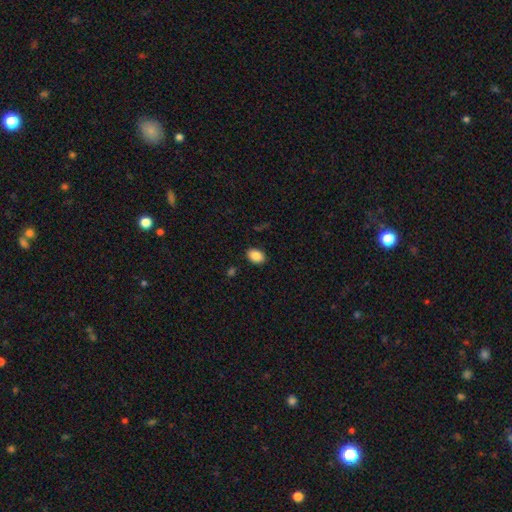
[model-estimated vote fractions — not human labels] Smooth or featured?
  - smooth: 87% *
  - star or artifact: 8%
  - featured or disk: 5%
How rounded?
  - in between: 81% *
  - round: 18%
  - cigar-shaped: 1%
Merging?
  - none: 88% *
  - minor disturbance: 9%
  - major disturbance: 2%
  - merger: 1%